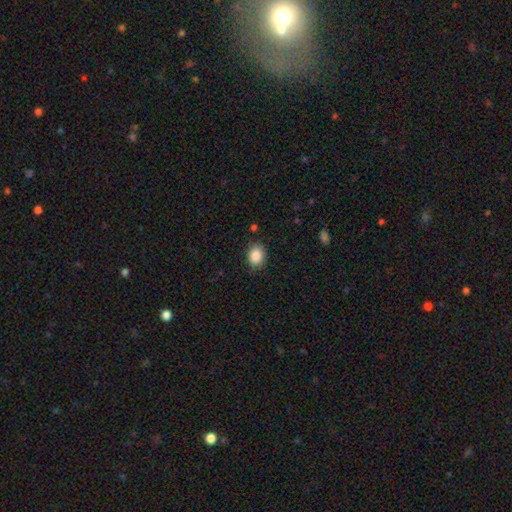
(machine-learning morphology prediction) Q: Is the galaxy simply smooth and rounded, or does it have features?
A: smooth — 88%.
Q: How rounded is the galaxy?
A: in between — 59%.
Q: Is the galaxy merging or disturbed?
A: none — 83%.